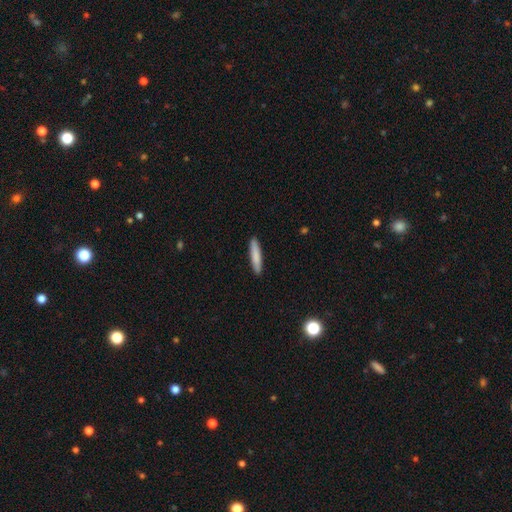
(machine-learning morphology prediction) smooth-or-featured: smooth: 83% | featured or disk: 12% | star or artifact: 5%
  how-rounded: cigar-shaped: 89% | in between: 10% | round: 1%
  merging: none: 91% | minor disturbance: 7% | major disturbance: 1% | merger: 1%